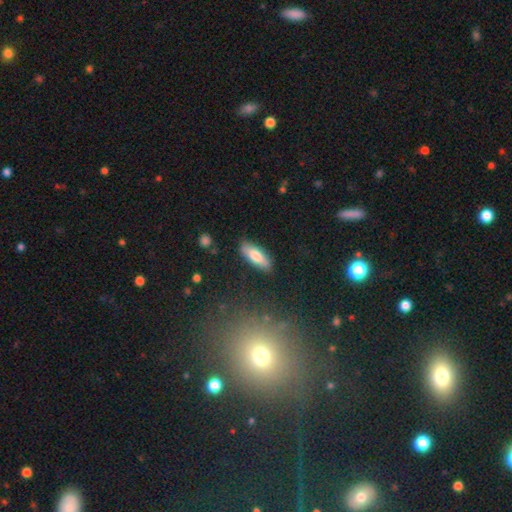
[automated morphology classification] Q: Smooth or featured?
A: smooth (77%); runner-up: featured or disk (17%)
Q: How rounded?
A: in between (66%); runner-up: cigar-shaped (33%)
Q: Merging?
A: none (84%); runner-up: minor disturbance (11%)